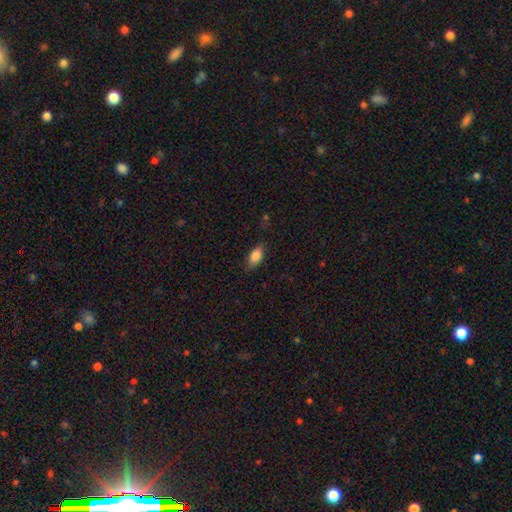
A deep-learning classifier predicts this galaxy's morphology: Overall: smooth (83%). How rounded: in between (87%). Merging: none (79%).